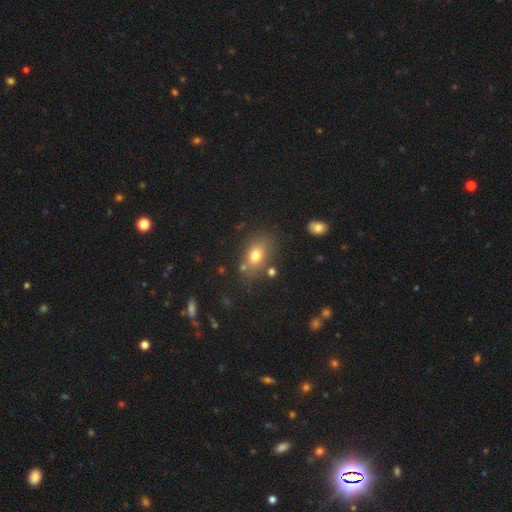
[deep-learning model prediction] Q: Smooth or featured?
A: smooth (74%); runner-up: featured or disk (14%)
Q: How rounded?
A: in between (76%); runner-up: round (22%)
Q: Merging?
A: none (72%); runner-up: minor disturbance (15%)